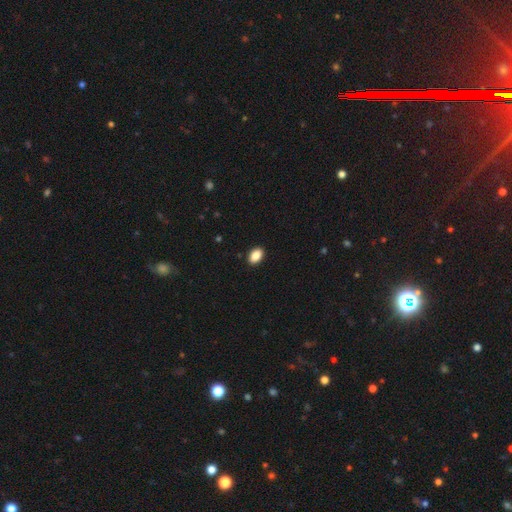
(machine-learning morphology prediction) type=smooth (88%); roundness=in between (88%); merging=none (91%).